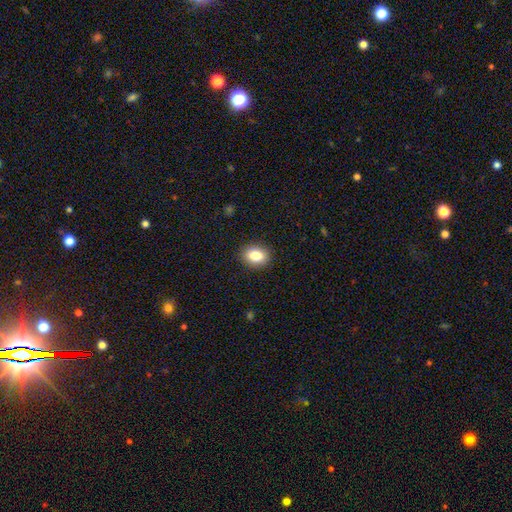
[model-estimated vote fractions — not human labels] Overall: smooth (84%). How rounded: in between (70%). Merging: none (90%).